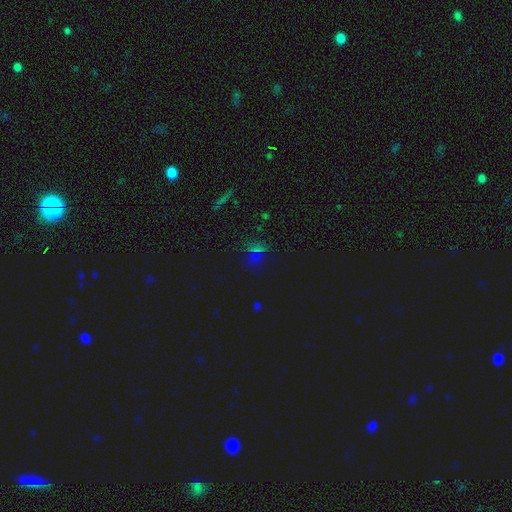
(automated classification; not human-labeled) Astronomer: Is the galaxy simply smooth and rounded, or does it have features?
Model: star or artifact — 57% (runner-up: smooth, 35%).